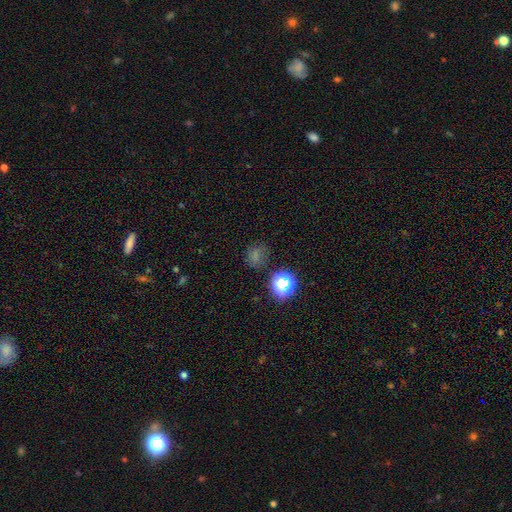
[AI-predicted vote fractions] The model was most divided on "smooth or featured": smooth: 62%, star or artifact: 31%, featured or disk: 8%. More confident: merging — none (76%); how rounded — round (71%).